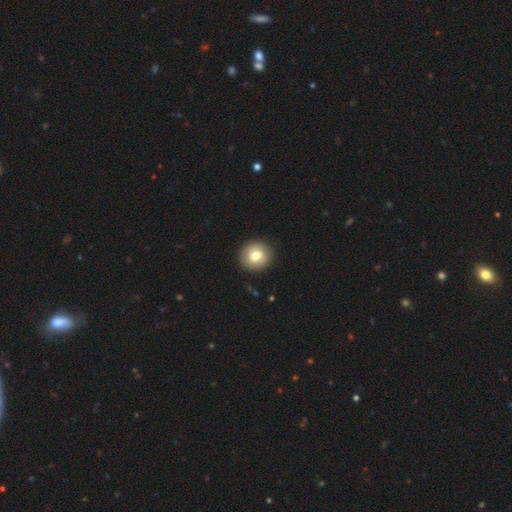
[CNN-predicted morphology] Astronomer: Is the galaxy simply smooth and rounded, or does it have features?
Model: smooth — 76%.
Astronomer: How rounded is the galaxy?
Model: round — 91%.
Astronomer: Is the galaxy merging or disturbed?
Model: none — 90%.